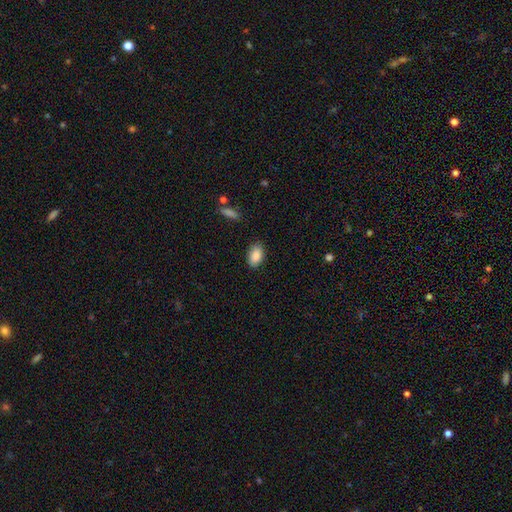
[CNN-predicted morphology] A smooth galaxy with no disk features (88%) that is in between round and cigar-shaped (91%). Merging: none (84%).